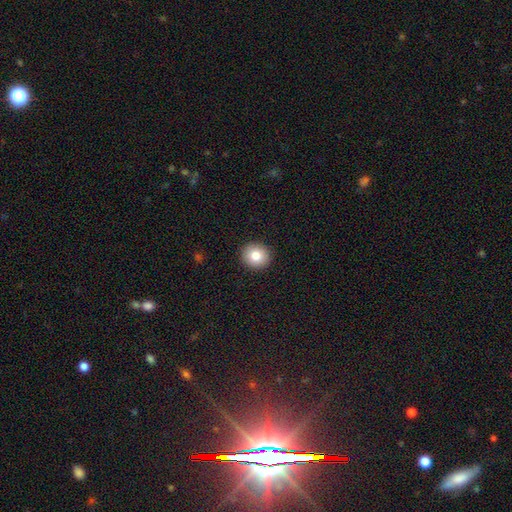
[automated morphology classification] Smooth or featured? Predicted: smooth (p=0.81). How rounded? Predicted: round (p=0.89). Merging? Predicted: none (p=0.93).